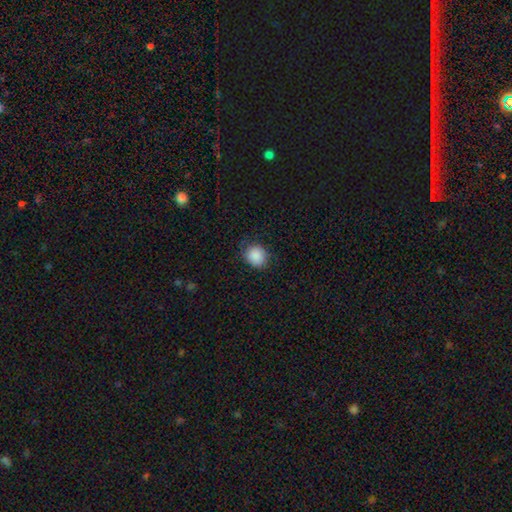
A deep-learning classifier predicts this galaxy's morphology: Smooth or featured: smooth — 88% (star or artifact — 8%)
How rounded: round — 74% (in between — 25%)
Merging: none — 78% (minor disturbance — 16%)